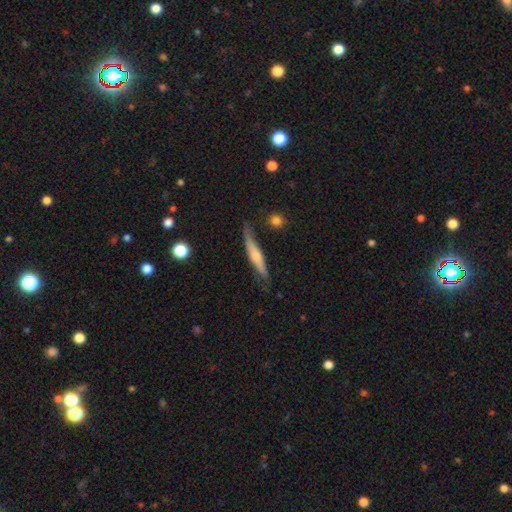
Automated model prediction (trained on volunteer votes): A featured or disk galaxy (54%) viewed edge-on (92%).

Vote fractions:
- Smooth or featured? featured or disk: 54% / smooth: 40% / star or artifact: 6%
- Edge-on disk? yes: 92% / no: 8%
- Merging? none: 70% / minor disturbance: 22% / major disturbance: 5% / merger: 3%